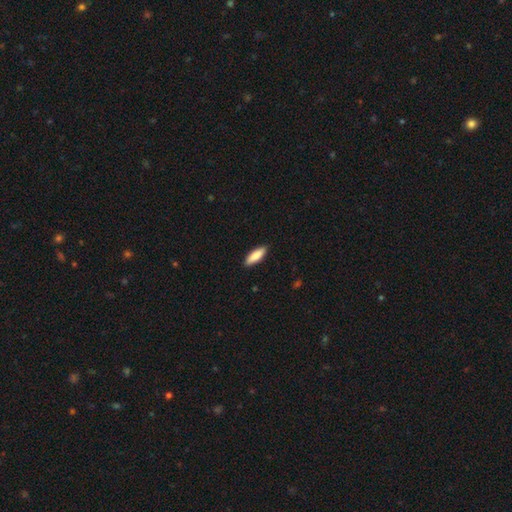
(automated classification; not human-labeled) This is clearly a smooth galaxy (83%). How rounded: possibly in between (51%). Merging: clearly none (90%).